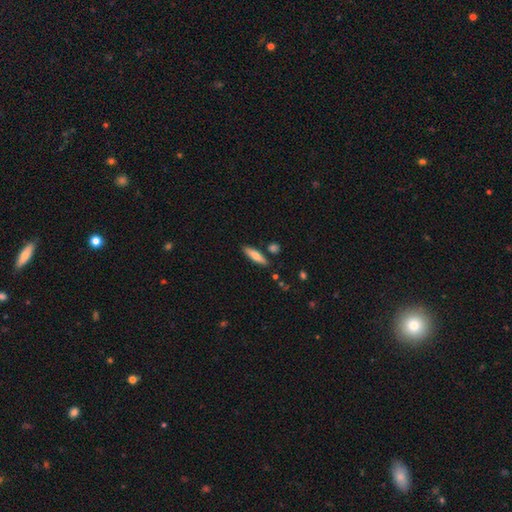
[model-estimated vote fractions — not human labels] Smooth or featured?
  - smooth: 66% *
  - featured or disk: 28%
  - star or artifact: 6%
How rounded?
  - cigar-shaped: 73% *
  - in between: 24%
  - round: 2%
Merging?
  - none: 83% *
  - minor disturbance: 10%
  - merger: 5%
  - major disturbance: 2%